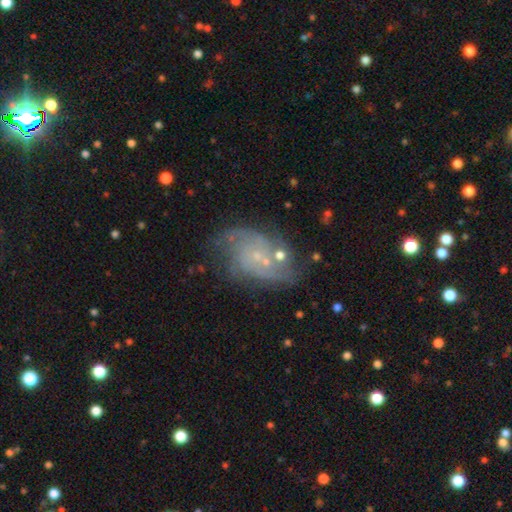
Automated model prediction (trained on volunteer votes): This appears to be a featured or disk galaxy (77%) with no bar (73%), tight (45%) spiral arms (89%) and a small central bulge (79%). Merging: none (55%).